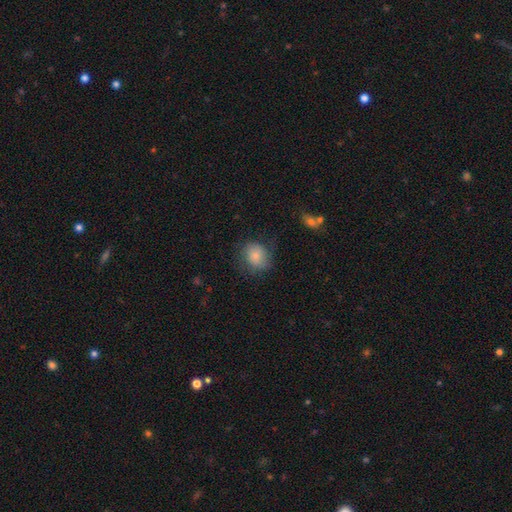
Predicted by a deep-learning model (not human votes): smooth-or-featured: smooth: 76% | featured or disk: 16% | star or artifact: 8%
  how-rounded: round: 67% | in between: 32% | cigar-shaped: 1%
  merging: none: 62% | minor disturbance: 24% | major disturbance: 12% | merger: 2%